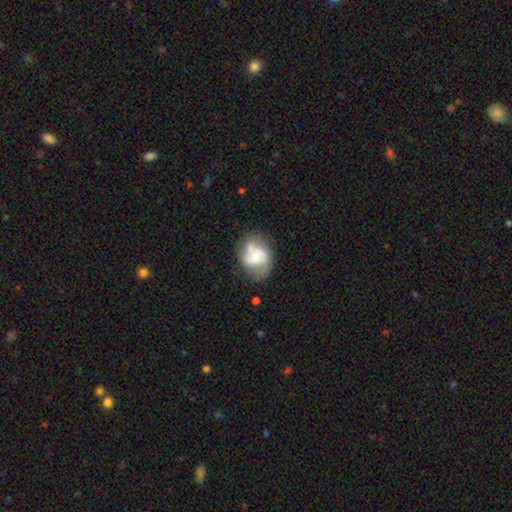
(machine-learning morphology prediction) A featured or disk galaxy (67%) with no bar (51%), 2 (75%) medium (47%) spiral arms (86%) and a small central bulge (43%).

Vote fractions:
- Smooth or featured? featured or disk: 67% / smooth: 26% / star or artifact: 7%
- Edge-on disk? no: 98% / yes: 2%
- Bar? no: 51% / weak: 39% / strong: 10%
- Spiral arms? yes: 86% / no: 14%
- Spiral winding? medium: 47% / loose: 32% / tight: 21%
- Spiral arm count? 2: 75% / can't tell: 11% / 3: 6% / 1: 5% / 4: 1% / more than 4: 1%
- Bulge size? small: 43% / moderate: 39% / none: 9% / large: 7% / dominant: 2%
- Merging? none: 56% / minor disturbance: 23% / major disturbance: 14% / merger: 6%